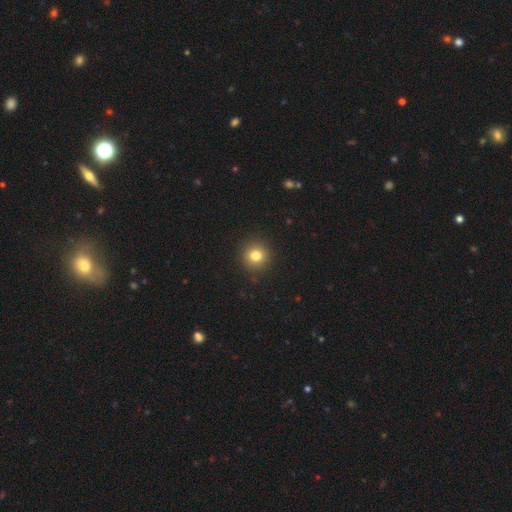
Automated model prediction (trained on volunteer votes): smooth-or-featured: smooth: 80% | star or artifact: 13% | featured or disk: 7%
  how-rounded: round: 93% | in between: 6% | cigar-shaped: 1%
  merging: none: 92% | minor disturbance: 5% | major disturbance: 2% | merger: 1%